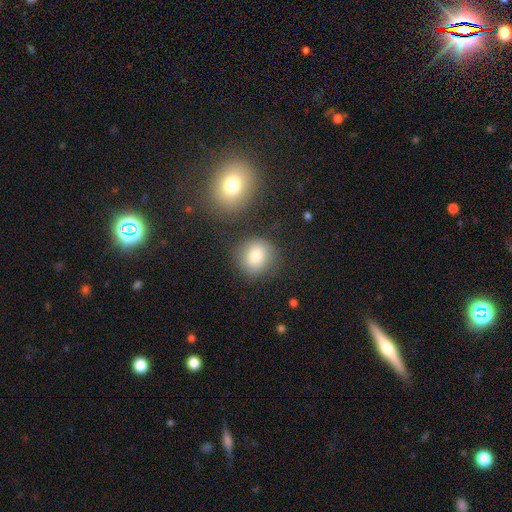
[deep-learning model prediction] Morphology: type=smooth (80%); roundness=round (83%); merging=none (78%).